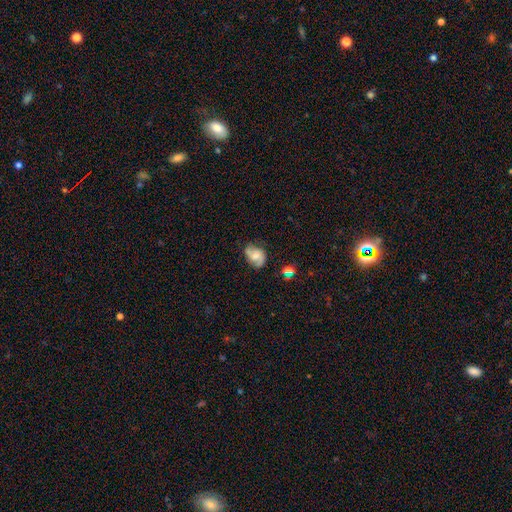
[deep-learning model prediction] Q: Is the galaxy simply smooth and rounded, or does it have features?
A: featured or disk — 49%.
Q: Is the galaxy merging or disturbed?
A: none — 56%.